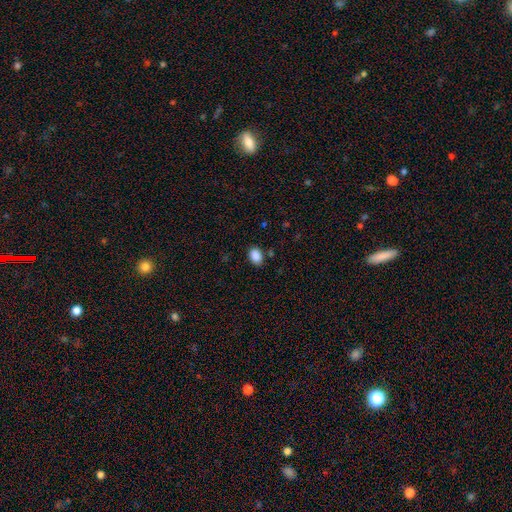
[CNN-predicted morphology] Q: Smooth or featured?
A: smooth (88%); runner-up: star or artifact (8%)
Q: How rounded?
A: in between (80%); runner-up: round (19%)
Q: Merging?
A: none (85%); runner-up: minor disturbance (10%)